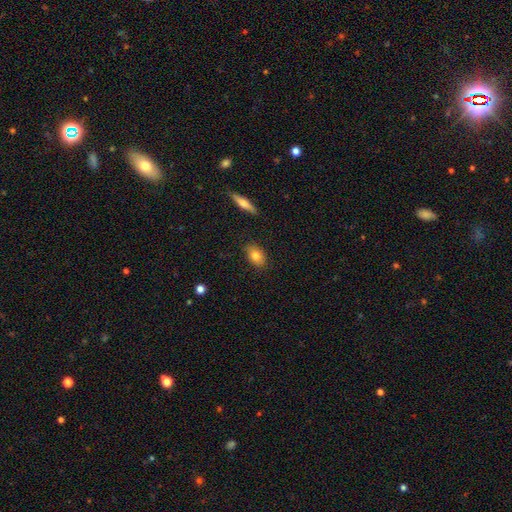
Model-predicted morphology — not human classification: Q: Smooth or featured?
A: smooth (79%); runner-up: featured or disk (13%)
Q: How rounded?
A: in between (81%); runner-up: round (15%)
Q: Merging?
A: none (85%); runner-up: minor disturbance (11%)